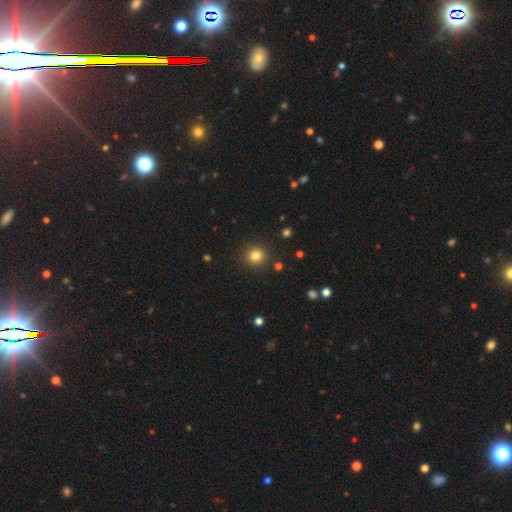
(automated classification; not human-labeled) smooth-or-featured: smooth: 81% | star or artifact: 13% | featured or disk: 6%
  how-rounded: round: 93% | in between: 7% | cigar-shaped: 1%
  merging: none: 91% | minor disturbance: 6% | major disturbance: 2% | merger: 1%